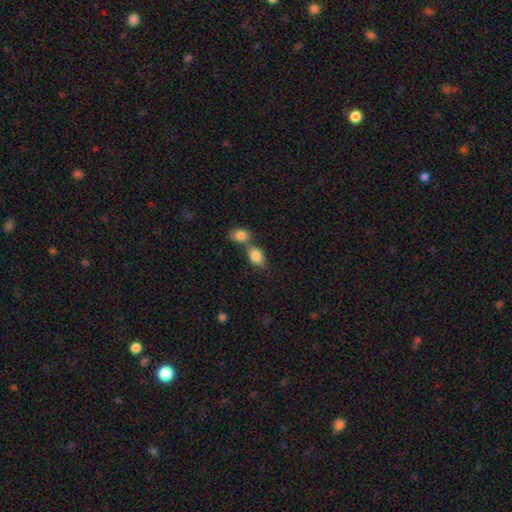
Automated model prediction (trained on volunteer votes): Smooth or featured? smooth (85%)
How rounded? in between (84%)
Merging? merger (48%)